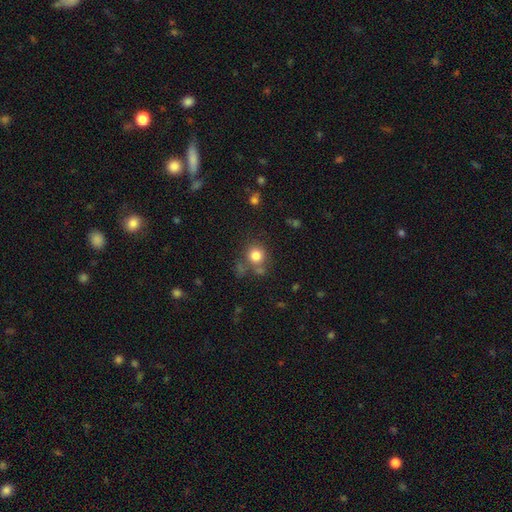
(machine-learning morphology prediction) Smooth or featured?
  - smooth: 80% *
  - star or artifact: 12%
  - featured or disk: 7%
How rounded?
  - round: 88% *
  - in between: 11%
  - cigar-shaped: 1%
Merging?
  - none: 70% *
  - merger: 13%
  - minor disturbance: 12%
  - major disturbance: 5%